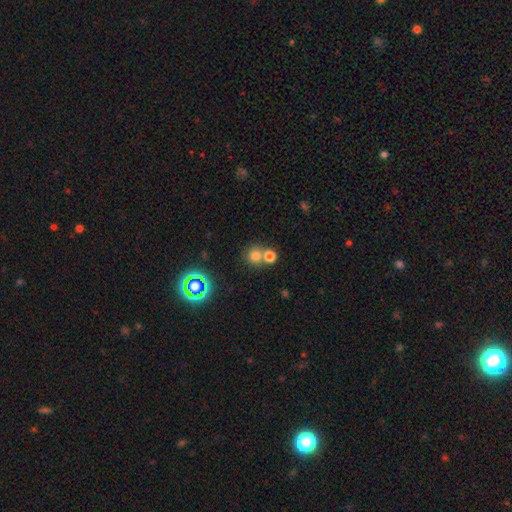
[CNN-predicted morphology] type=smooth (74%); roundness=round (88%); merging=none (52%).